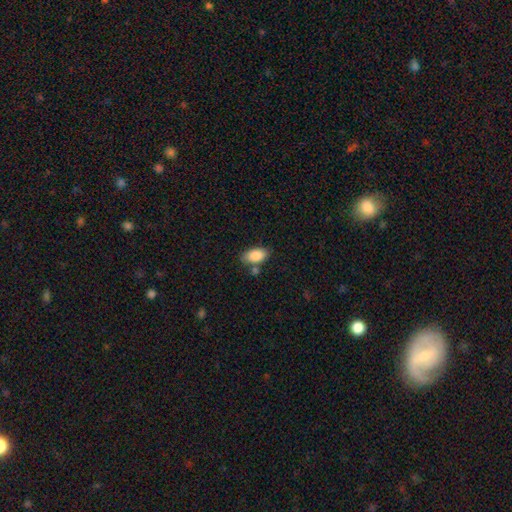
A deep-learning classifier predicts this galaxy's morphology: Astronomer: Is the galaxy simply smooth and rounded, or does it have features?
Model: smooth — 87%.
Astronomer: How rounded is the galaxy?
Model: in between — 92%.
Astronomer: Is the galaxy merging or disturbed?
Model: none — 72%.